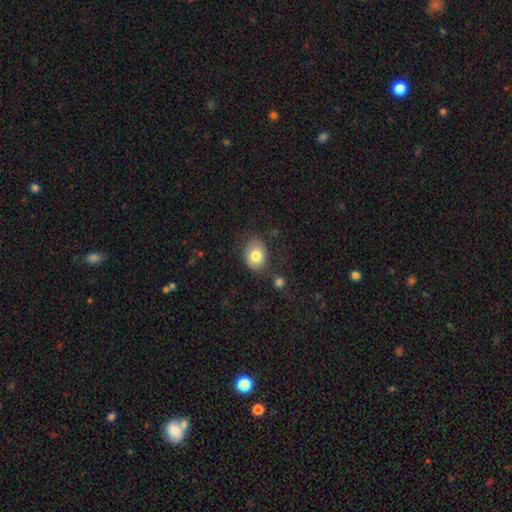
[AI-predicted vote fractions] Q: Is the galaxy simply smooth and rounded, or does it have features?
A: smooth — 80%.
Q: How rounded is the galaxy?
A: in between — 57%.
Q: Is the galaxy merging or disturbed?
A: none — 75%.